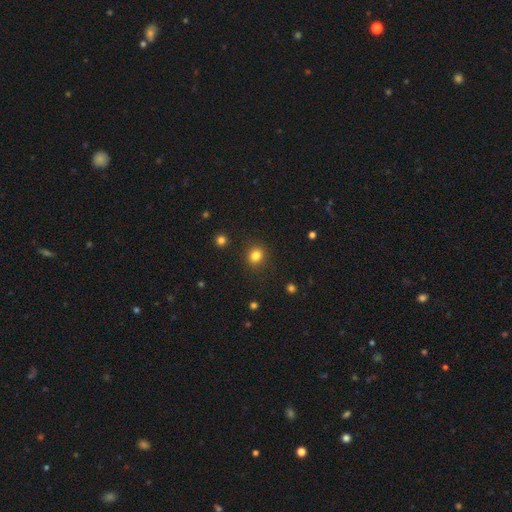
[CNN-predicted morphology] smooth 82%, star or artifact 13%, featured or disk 5%. Down the decision tree: how rounded — round (76%); merging — none (89%).